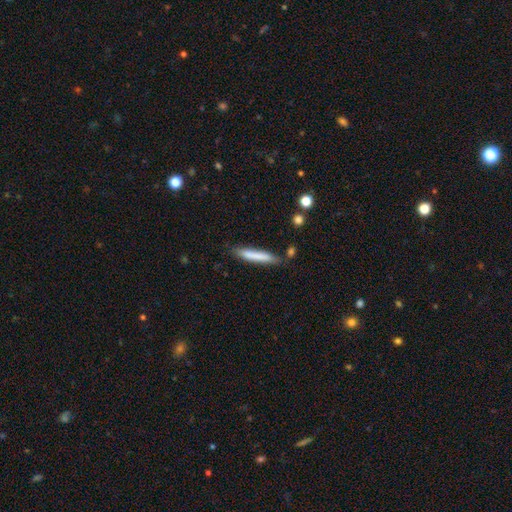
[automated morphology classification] Q: Smooth or featured?
A: smooth (77%); runner-up: featured or disk (17%)
Q: How rounded?
A: cigar-shaped (93%); runner-up: in between (6%)
Q: Merging?
A: none (79%); runner-up: minor disturbance (14%)